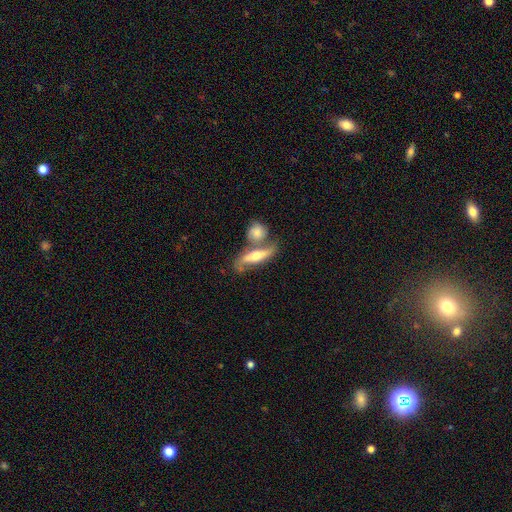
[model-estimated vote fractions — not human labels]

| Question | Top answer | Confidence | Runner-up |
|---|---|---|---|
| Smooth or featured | featured or disk | 55% | smooth (38%) |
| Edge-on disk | yes | 61% | no (39%) |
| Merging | none | 45% | merger (36%) |